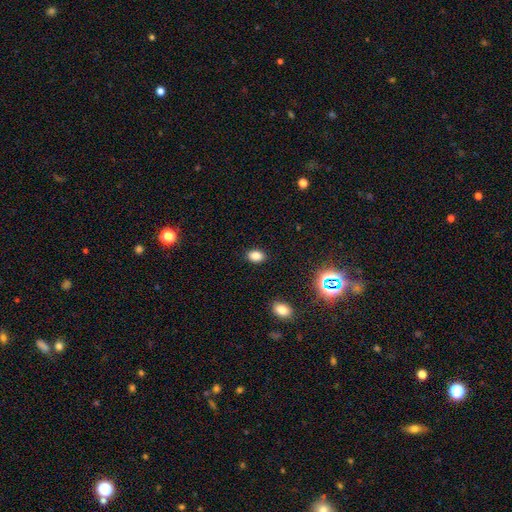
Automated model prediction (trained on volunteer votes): A smooth galaxy with no disk features (84%) that is in between round and cigar-shaped (79%).

Vote fractions:
- Smooth or featured? smooth: 84% / star or artifact: 12% / featured or disk: 4%
- How rounded? in between: 79% / round: 20% / cigar-shaped: 1%
- Merging? none: 88% / minor disturbance: 8% / major disturbance: 2% / merger: 1%